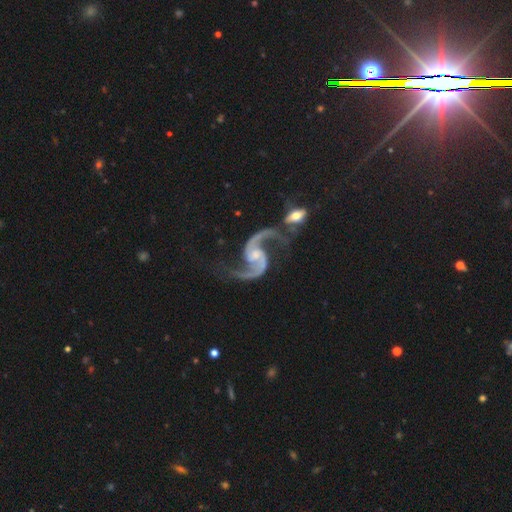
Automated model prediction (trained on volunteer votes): featured or disk 94%, star or artifact 4%, smooth 2%. Down the decision tree: edge-on disk — no (98%); bar — no (48%); spiral arms — yes (98%); spiral arm count — 2 (94%); spiral winding — loose (61%); bulge size — small (50%); merging — none (50%).